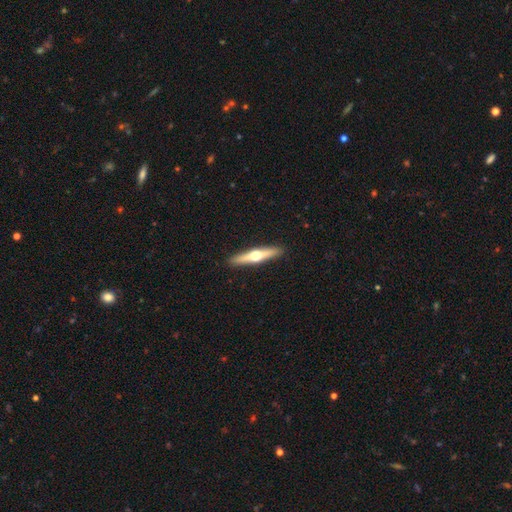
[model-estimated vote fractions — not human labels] This is likely a featured or disk galaxy (64%). It is clearly viewed edge-on (96%). Edge-on bulge: clearly rounded (95%). Merging: clearly none (92%).